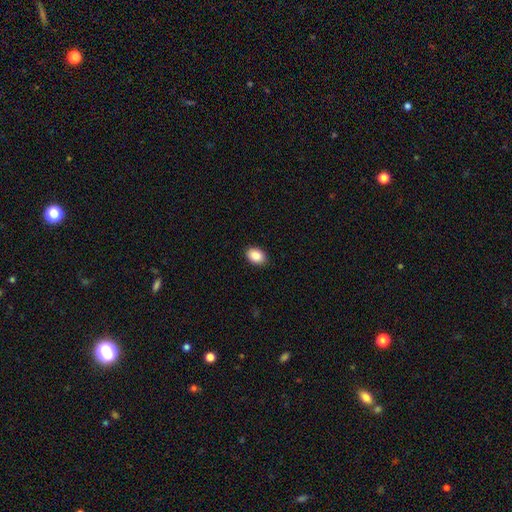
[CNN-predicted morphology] Overall: smooth (89%). How rounded: in between (82%). Merging: none (90%).